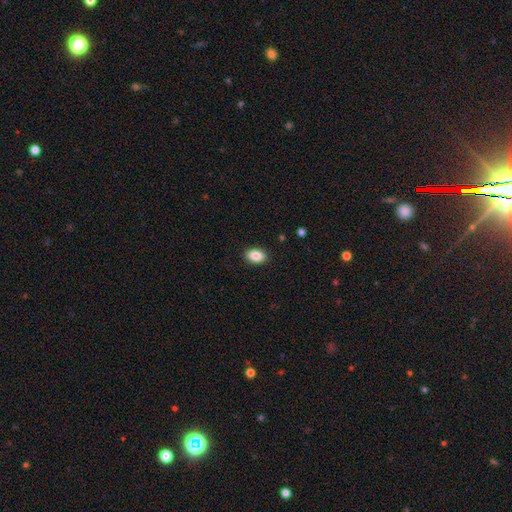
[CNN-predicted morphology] Q: Smooth or featured?
A: smooth (87%); runner-up: star or artifact (8%)
Q: How rounded?
A: in between (86%); runner-up: round (12%)
Q: Merging?
A: none (90%); runner-up: minor disturbance (7%)